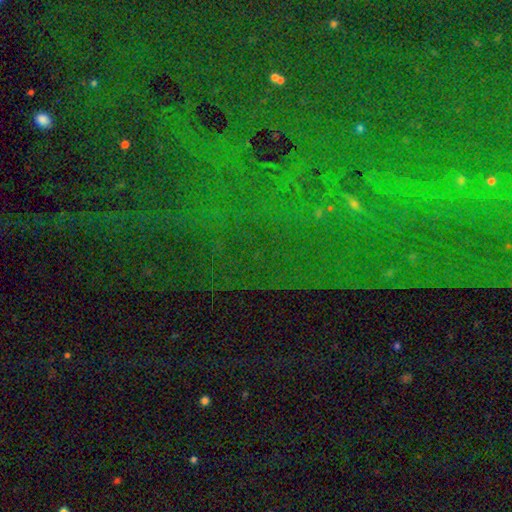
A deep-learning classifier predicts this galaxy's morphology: Overall: star or artifact (82%).